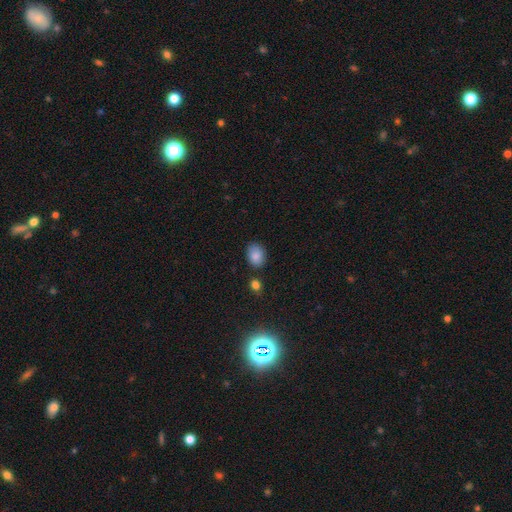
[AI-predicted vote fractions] Smooth or featured? Predicted: smooth (p=0.86). How rounded? Predicted: in between (p=0.65). Merging? Predicted: none (p=0.79).